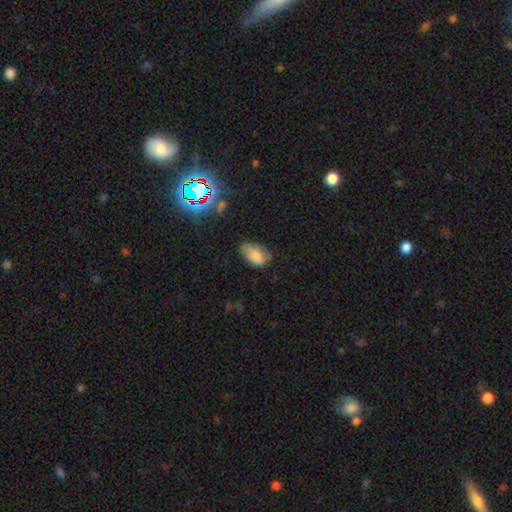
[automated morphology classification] Smooth or featured?
  - smooth: 79% *
  - star or artifact: 11%
  - featured or disk: 10%
How rounded?
  - in between: 92% *
  - round: 6%
  - cigar-shaped: 2%
Merging?
  - none: 45% *
  - minor disturbance: 40%
  - major disturbance: 13%
  - merger: 3%